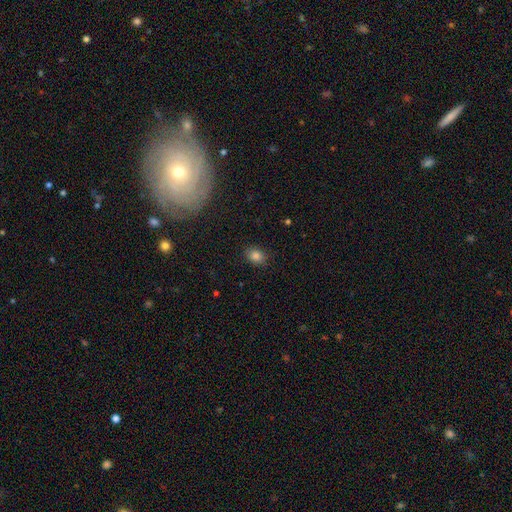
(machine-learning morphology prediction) Overall: smooth (83%). How rounded: in between (61%; round 38%). Merging: none (86%).